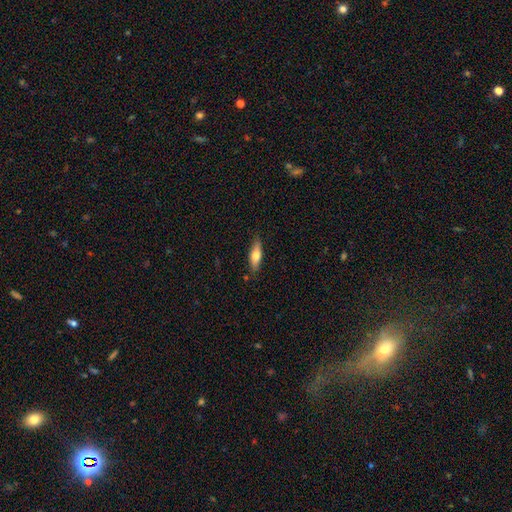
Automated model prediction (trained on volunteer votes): A smooth galaxy with no disk features (65%) that is in between round and cigar-shaped (51%). Merging: none (83%).